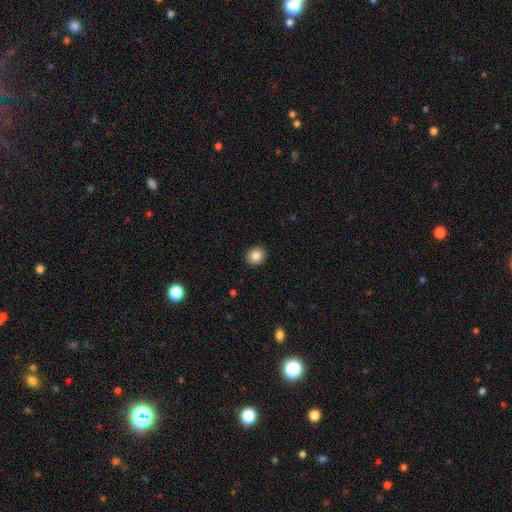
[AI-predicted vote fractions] Smooth or featured? smooth (86%)
How rounded? round (76%)
Merging? none (92%)